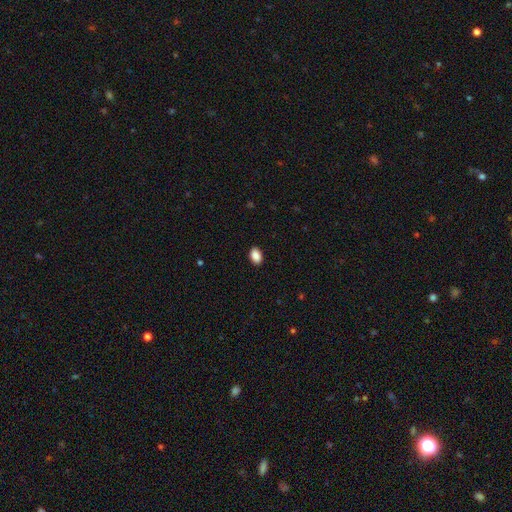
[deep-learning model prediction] A smooth galaxy with no disk features (89%) that is in between round and cigar-shaped (88%).

Vote fractions:
- Smooth or featured? smooth: 89% / star or artifact: 8% / featured or disk: 3%
- How rounded? in between: 88% / round: 10% / cigar-shaped: 1%
- Merging? none: 90% / minor disturbance: 7% / major disturbance: 2% / merger: 1%